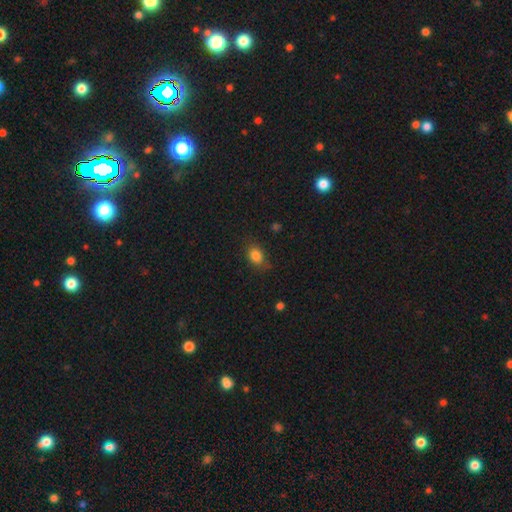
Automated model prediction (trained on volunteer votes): Morphology: type=smooth (83%); roundness=in between (67%); merging=none (74%).